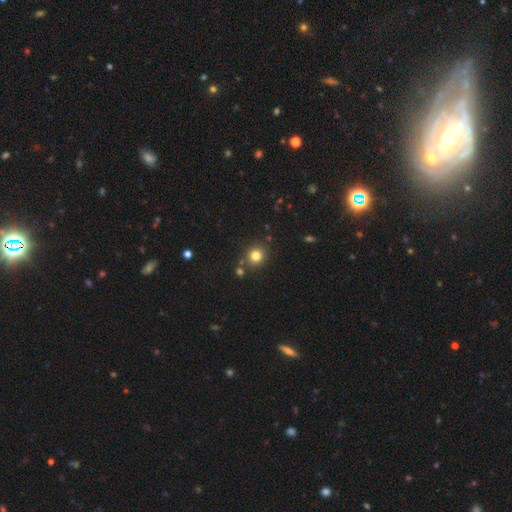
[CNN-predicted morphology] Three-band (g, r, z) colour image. It shows a smooth galaxy with no disk features (80%) that is round (88%). Merging: none (82%).